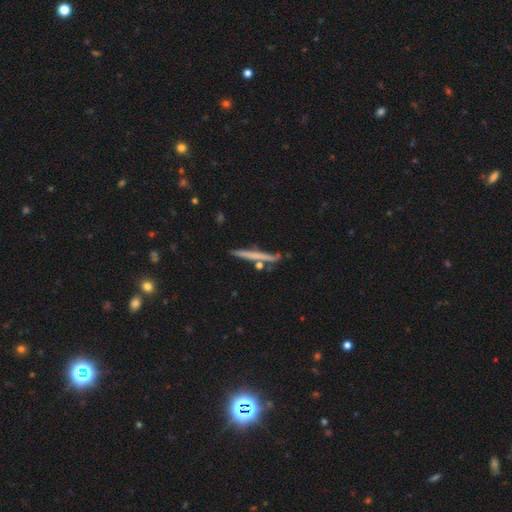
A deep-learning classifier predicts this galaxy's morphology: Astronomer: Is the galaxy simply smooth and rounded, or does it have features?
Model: featured or disk — 50% (runner-up: smooth, 44%).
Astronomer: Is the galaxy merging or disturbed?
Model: none — 84%.